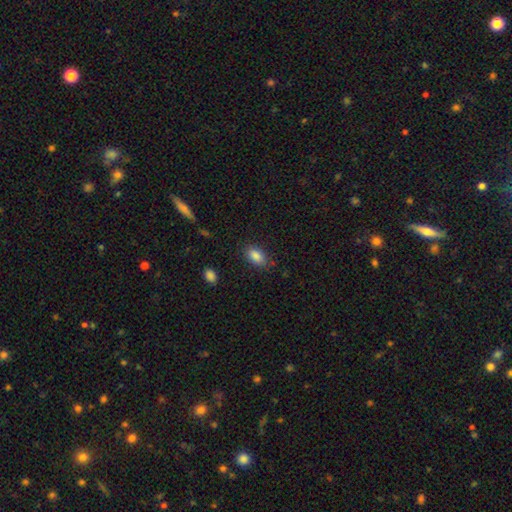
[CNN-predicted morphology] Overall: smooth (87%). How rounded: in between (91%). Merging: none (82%).